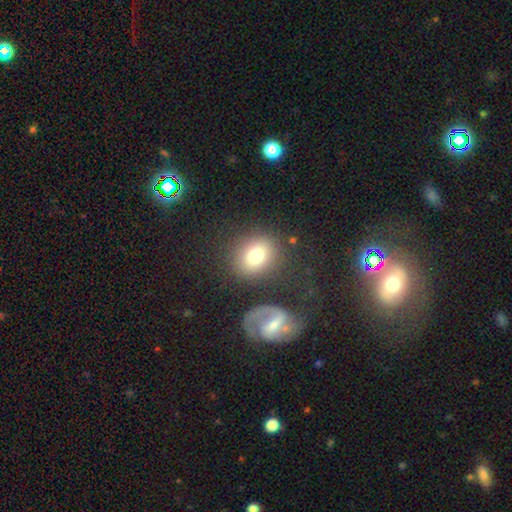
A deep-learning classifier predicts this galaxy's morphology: smooth-or-featured: smooth: 76% | featured or disk: 15% | star or artifact: 9%
  how-rounded: round: 58% | in between: 41% | cigar-shaped: 1%
  merging: none: 73% | minor disturbance: 12% | merger: 8% | major disturbance: 6%